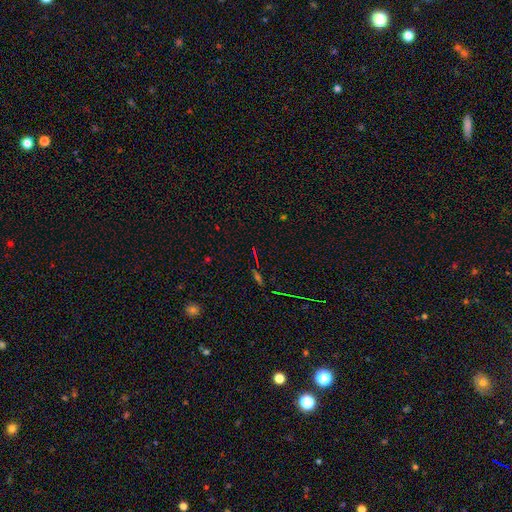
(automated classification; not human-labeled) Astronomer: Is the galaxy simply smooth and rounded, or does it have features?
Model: star or artifact — 63%.